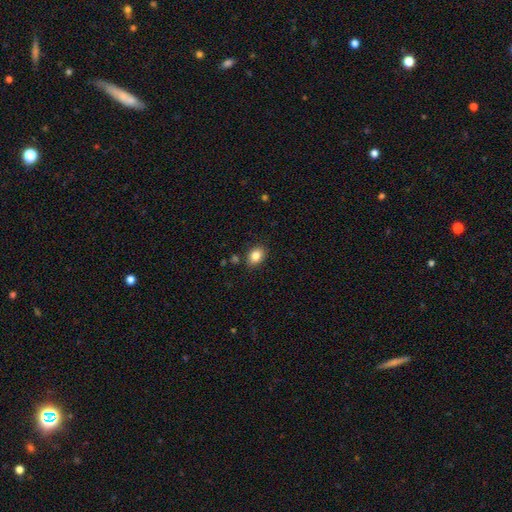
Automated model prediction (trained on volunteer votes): Smooth or featured: smooth — 85% (star or artifact — 9%)
How rounded: in between — 68% (round — 31%)
Merging: none — 85% (minor disturbance — 10%)